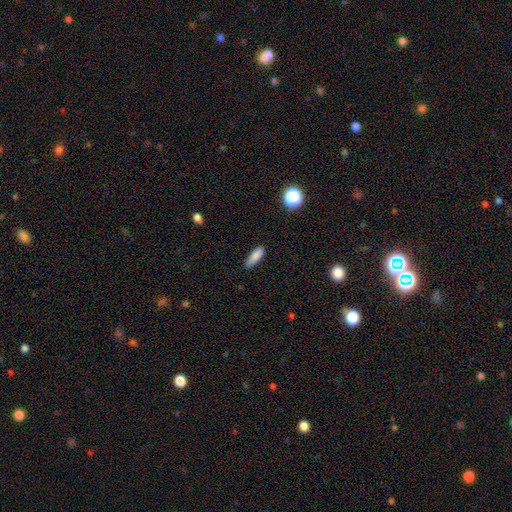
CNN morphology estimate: Overall: smooth (85%). How rounded: in between (50%; cigar-shaped 48%). Merging: none (80%).